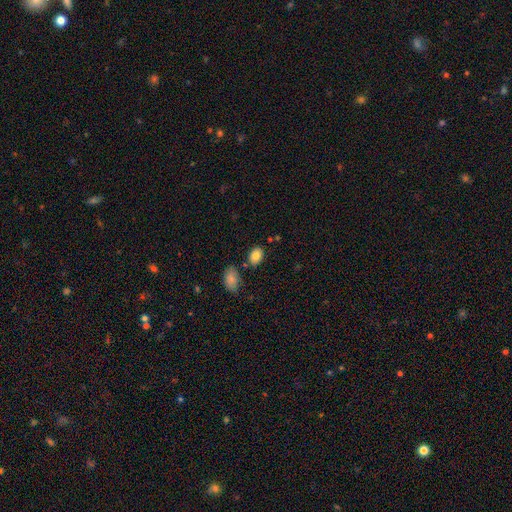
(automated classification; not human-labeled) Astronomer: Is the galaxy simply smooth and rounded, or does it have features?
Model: smooth — 84%.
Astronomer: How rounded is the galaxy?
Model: in between — 79%.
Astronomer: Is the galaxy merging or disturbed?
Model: none — 78%.